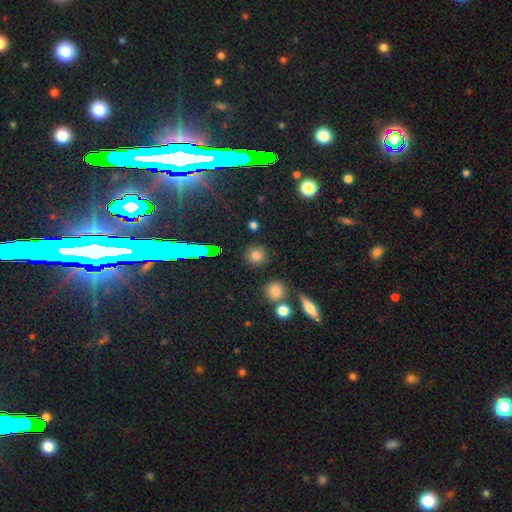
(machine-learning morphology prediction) smooth_or_featured: smooth (p=0.76) [alt: star or artifact p=0.18]
how_rounded: round (p=0.92) [alt: in between p=0.07]
merging: none (p=0.88) [alt: minor disturbance p=0.06]